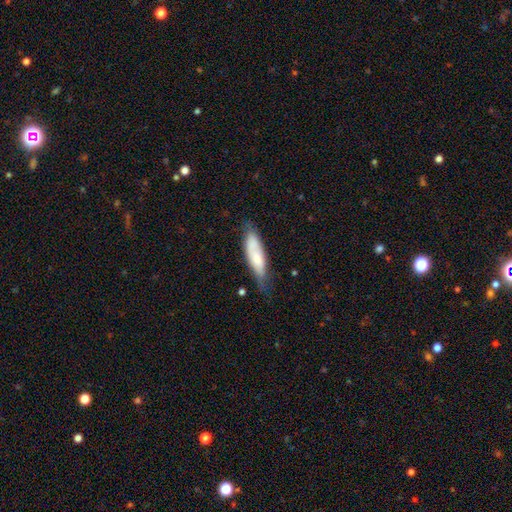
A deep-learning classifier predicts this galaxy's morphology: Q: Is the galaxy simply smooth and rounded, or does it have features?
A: smooth — 63%.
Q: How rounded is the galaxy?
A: cigar-shaped — 55%.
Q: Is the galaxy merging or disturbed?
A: none — 59%.